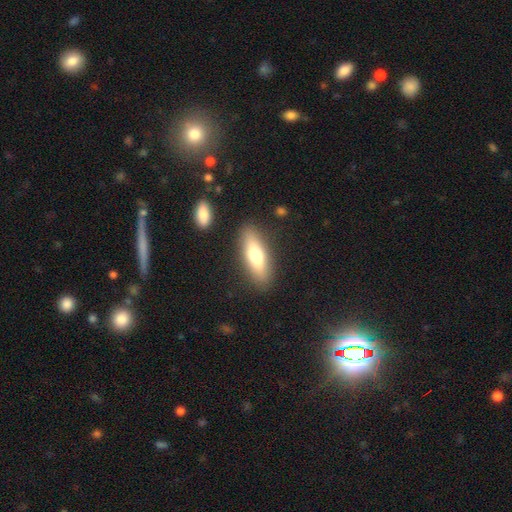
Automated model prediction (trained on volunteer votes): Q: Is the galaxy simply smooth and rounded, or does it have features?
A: smooth — 67%.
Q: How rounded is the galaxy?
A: in between — 51%.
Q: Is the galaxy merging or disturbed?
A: none — 86%.